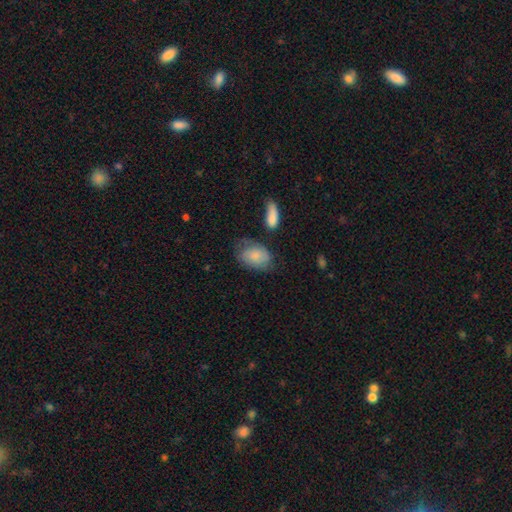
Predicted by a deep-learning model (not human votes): A smooth galaxy with no disk features (74%) that is in between round and cigar-shaped (84%). Merging: none (53%).